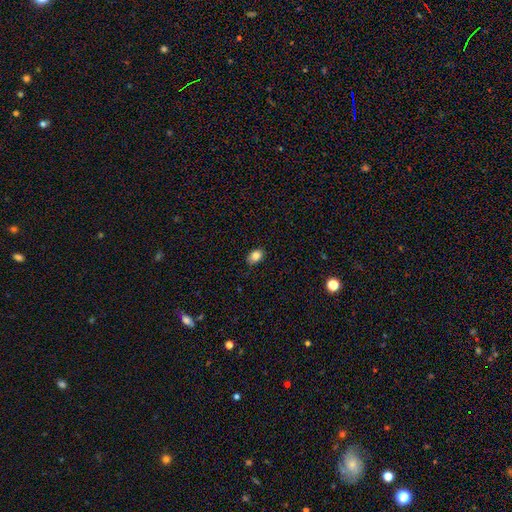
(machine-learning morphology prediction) smooth_or_featured: smooth (p=0.84) [alt: star or artifact p=0.09]
how_rounded: in between (p=0.80) [alt: round p=0.19]
merging: none (p=0.82) [alt: minor disturbance p=0.14]